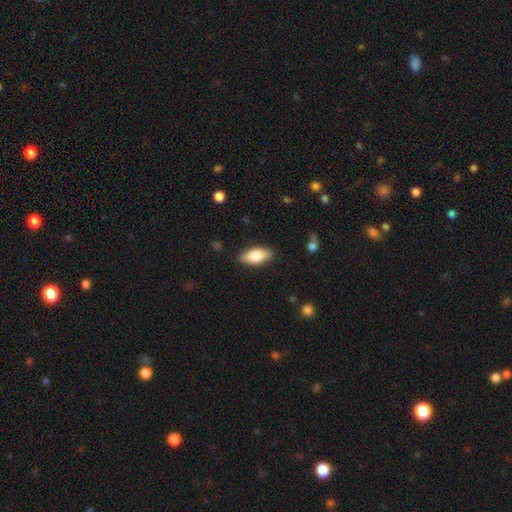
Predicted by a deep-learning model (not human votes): Smooth or featured? Predicted: smooth (p=0.73). How rounded? Predicted: in between (p=0.84). Merging? Predicted: none (p=0.87).